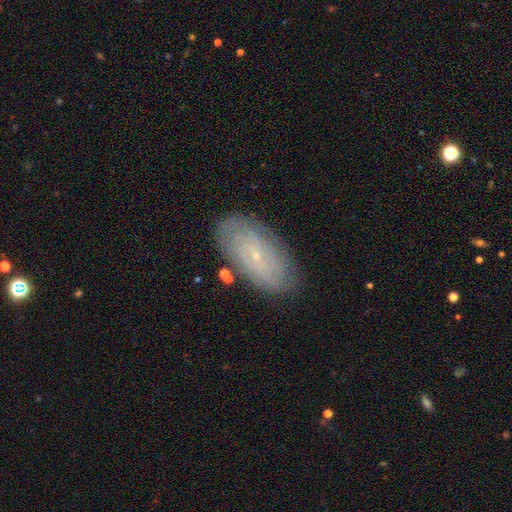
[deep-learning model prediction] This appears to be a featured or disk galaxy (62%) with no bar (77%), spiral arms (77%) and a small central bulge (89%). Merging: none (80%).